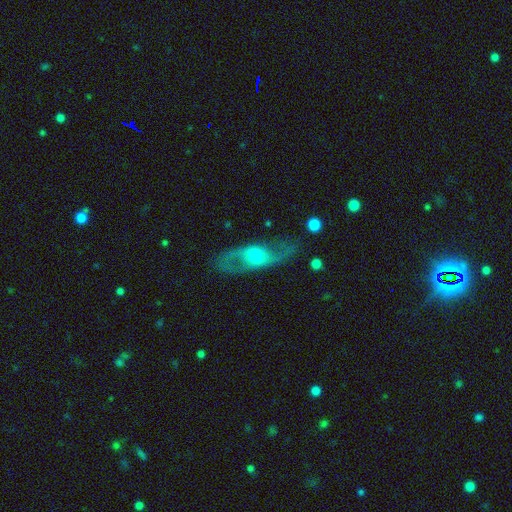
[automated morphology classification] smooth-or-featured: featured or disk: 76% | smooth: 18% | star or artifact: 6%
  disk-edge-on: no: 84% | yes: 16%
    bar: no: 54% | weak: 34% | strong: 12%
    has-spiral-arms: yes: 80% | no: 20%
      spiral-winding: loose: 53% | medium: 37% | tight: 10%
      spiral-arm-count: 2: 89% | can't tell: 6% | 1: 3% | 3: 1% | 4: 1% | more than 4: 1%
    bulge-size: moderate: 54% | small: 29% | large: 12% | none: 2% | dominant: 2%
  merging: none: 75% | minor disturbance: 14% | major disturbance: 9% | merger: 2%